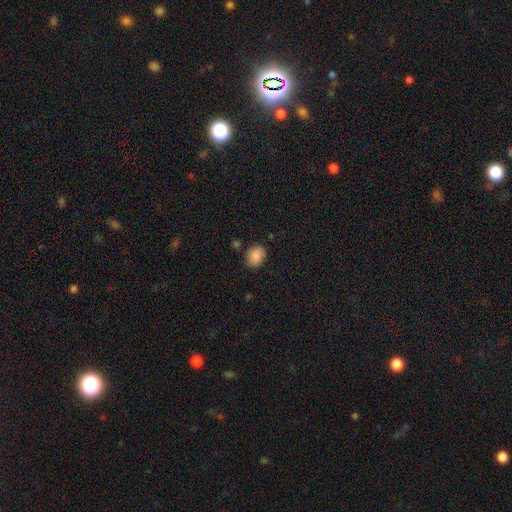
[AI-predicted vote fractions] Smooth or featured: smooth — 87% (star or artifact — 8%)
How rounded: in between — 52% (round — 47%)
Merging: none — 81% (minor disturbance — 13%)